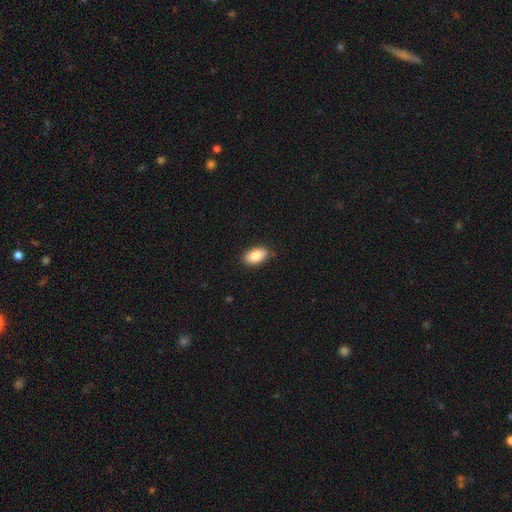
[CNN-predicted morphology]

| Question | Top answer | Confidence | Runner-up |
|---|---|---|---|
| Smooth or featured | smooth | 87% | star or artifact (7%) |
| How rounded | in between | 92% | round (5%) |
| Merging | none | 80% | minor disturbance (17%) |